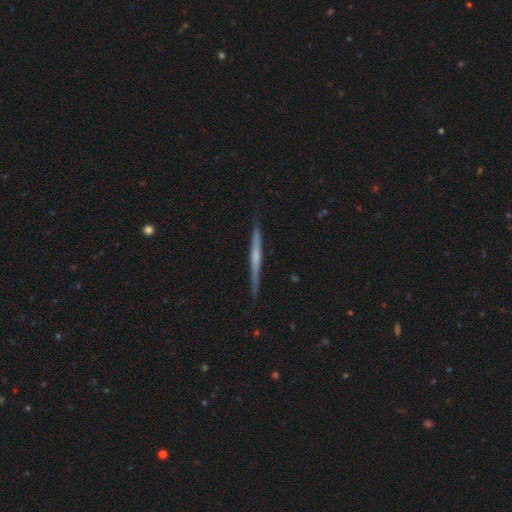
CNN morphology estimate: featured or disk 60%, smooth 35%, star or artifact 6%. Down the decision tree: edge-on disk — yes (98%); edge-on bulge — none (62%); merging — none (89%).